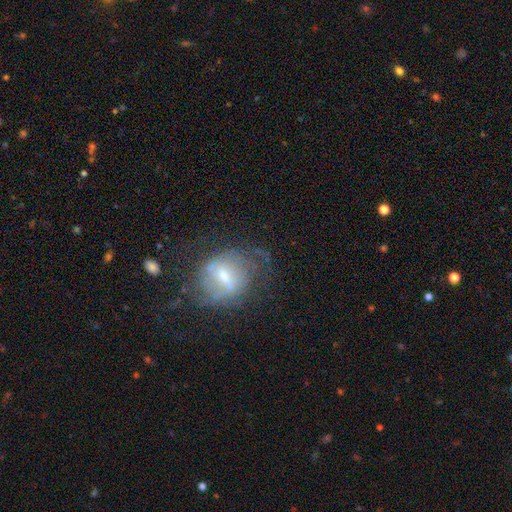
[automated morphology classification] This is likely a featured or disk galaxy (68%). It is clearly not viewed edge-on (94%). Bar: possibly weak (50%). Spiral arm pattern: likely yes (74%). Central bulge: possibly moderate (47%). Merging: possibly none (57%).